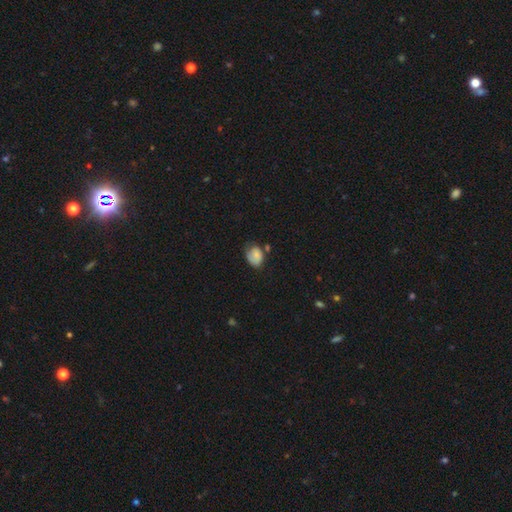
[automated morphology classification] The model was most divided on "merging": none: 47%, minor disturbance: 35%, major disturbance: 12%, merger: 6%. More confident: smooth or featured — smooth (73%); how rounded — in between (61%).